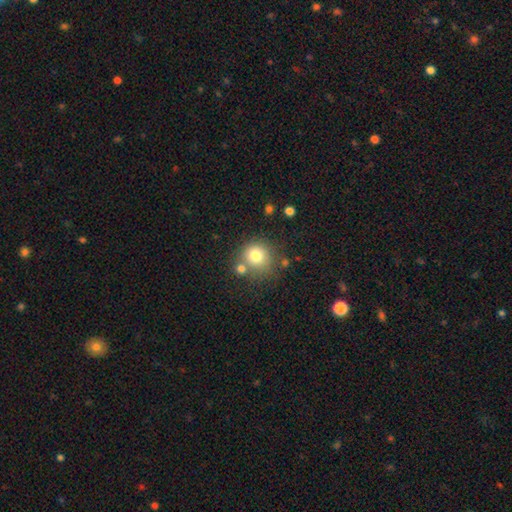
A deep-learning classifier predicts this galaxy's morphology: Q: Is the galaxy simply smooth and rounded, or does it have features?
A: smooth — 78%.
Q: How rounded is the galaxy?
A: round — 89%.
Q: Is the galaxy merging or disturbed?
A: none — 66%.